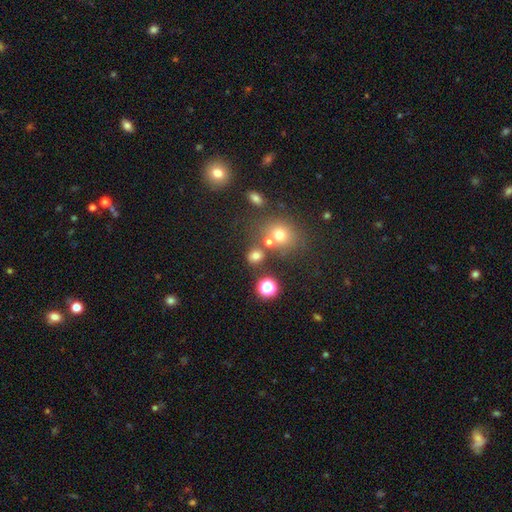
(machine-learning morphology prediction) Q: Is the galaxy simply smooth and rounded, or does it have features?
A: smooth — 67%.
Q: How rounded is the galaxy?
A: round — 70%.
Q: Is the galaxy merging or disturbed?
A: none — 64%.